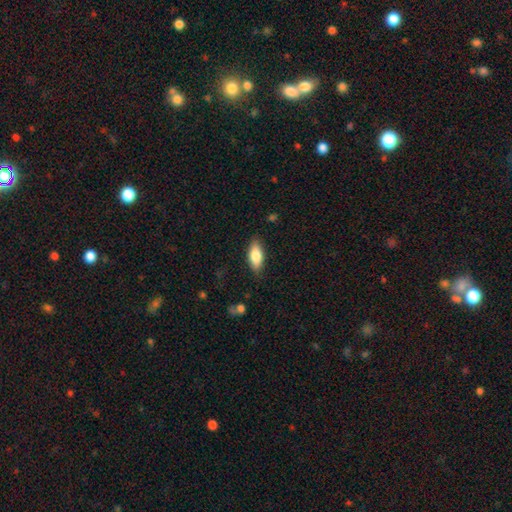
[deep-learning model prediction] smooth-or-featured: smooth: 79% | featured or disk: 15% | star or artifact: 6%
  how-rounded: in between: 82% | cigar-shaped: 16% | round: 3%
  merging: none: 84% | minor disturbance: 13% | major disturbance: 3% | merger: 1%